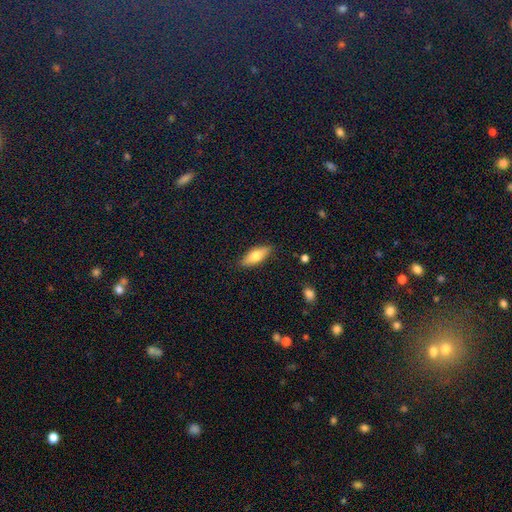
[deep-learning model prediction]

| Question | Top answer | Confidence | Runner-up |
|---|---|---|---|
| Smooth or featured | smooth | 65% | featured or disk (29%) |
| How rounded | in between | 64% | cigar-shaped (34%) |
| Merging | none | 87% | minor disturbance (10%) |